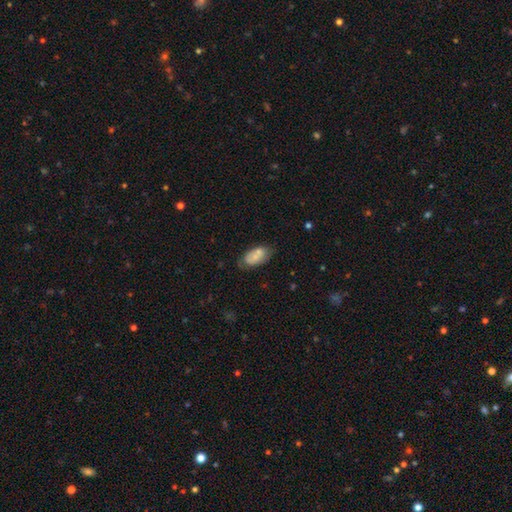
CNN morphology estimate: Overall: smooth (71%). How rounded: in between (92%). Merging: none (58%; minor disturbance 21%).